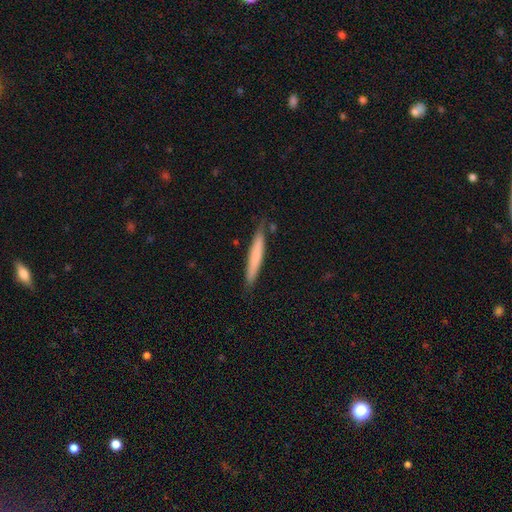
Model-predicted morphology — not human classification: Smooth or featured? smooth (69%)
How rounded? cigar-shaped (95%)
Merging? none (83%)